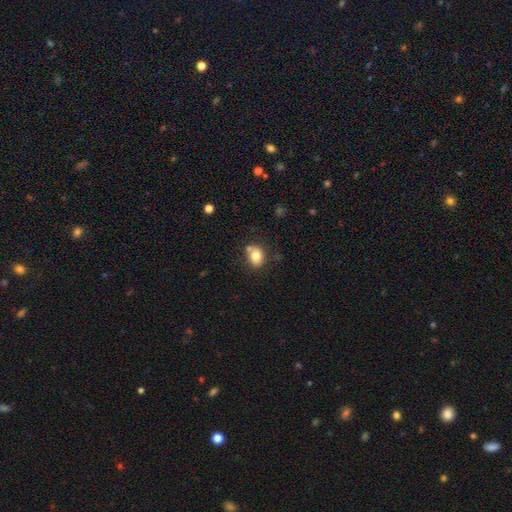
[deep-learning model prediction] smooth_or_featured: smooth (p=0.78) [alt: featured or disk p=0.12]
how_rounded: in between (p=0.59) [alt: round p=0.40]
merging: none (p=0.64) [alt: minor disturbance p=0.18]